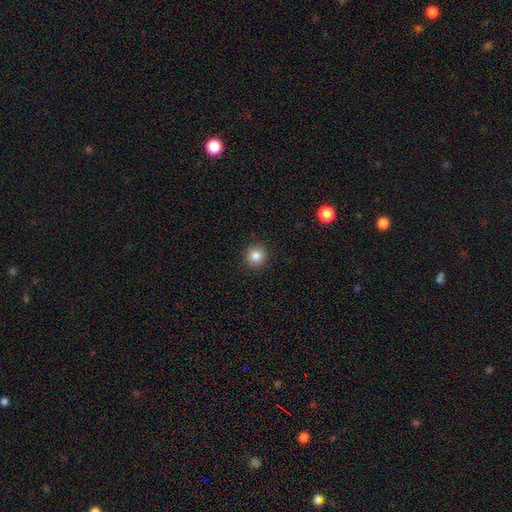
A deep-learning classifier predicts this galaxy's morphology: smooth_or_featured: smooth (p=0.85) [alt: star or artifact p=0.10]
how_rounded: round (p=0.93) [alt: in between p=0.06]
merging: none (p=0.91) [alt: minor disturbance p=0.06]